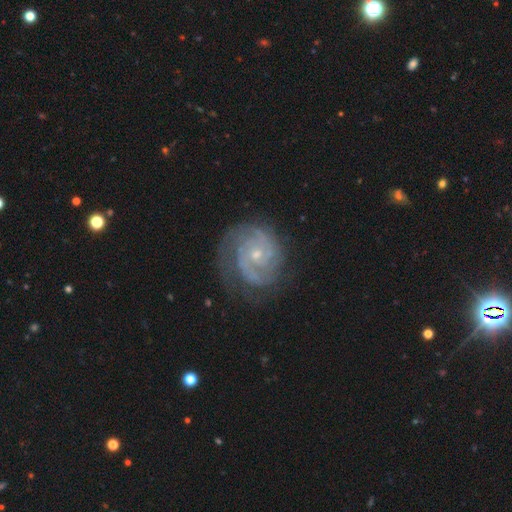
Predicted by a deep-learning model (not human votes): Smooth or featured?
  - featured or disk: 86% *
  - smooth: 7%
  - star or artifact: 7%
Edge-on disk?
  - no: 98% *
  - yes: 2%
Bar?
  - no: 71% *
  - weak: 23%
  - strong: 6%
Spiral arms?
  - yes: 97% *
  - no: 3%
Spiral winding?
  - tight: 64% *
  - medium: 30%
  - loose: 6%
Spiral arm count?
  - 2: 49% *
  - 3: 18%
  - can't tell: 17%
  - 4: 6%
  - 1: 5%
  - more than 4: 5%
Bulge size?
  - small: 72% *
  - moderate: 25%
  - none: 2%
  - large: 1%
  - dominant: 1%
Merging?
  - none: 74% *
  - minor disturbance: 17%
  - major disturbance: 8%
  - merger: 1%